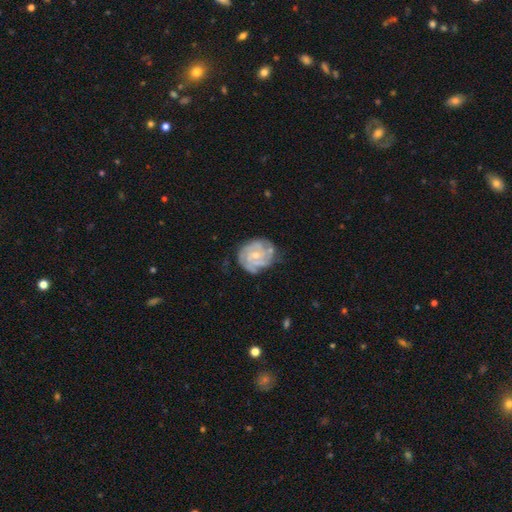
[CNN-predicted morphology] Overall: featured or disk (83%). Edge-on disk: no (98%). Bar: no (73%). Spiral arms: yes (92%). Spiral arm count: can't tell (32%; 4 22%). Spiral winding: tight (70%). Bulge size: small (55%; moderate 41%). Merging: none (70%).